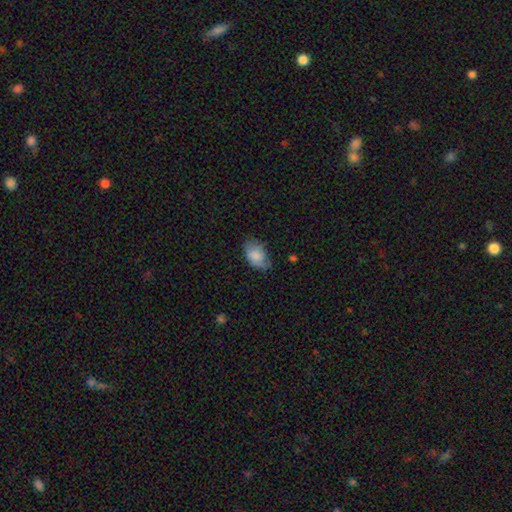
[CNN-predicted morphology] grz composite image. It shows a smooth galaxy with no disk features (74%) that is in between round and cigar-shaped (90%). Merging: none (55%).